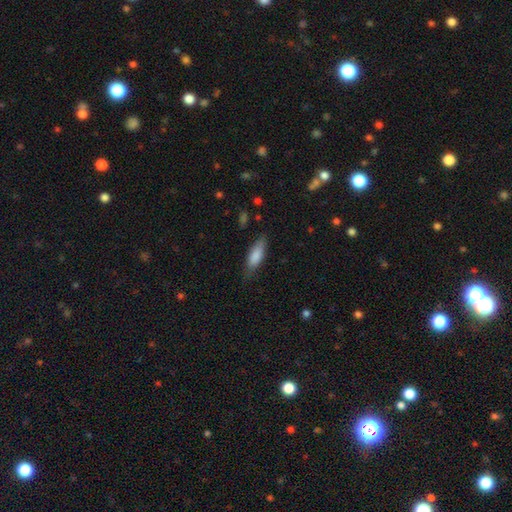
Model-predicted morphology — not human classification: type=smooth (82%); roundness=in between (56%); merging=none (74%).